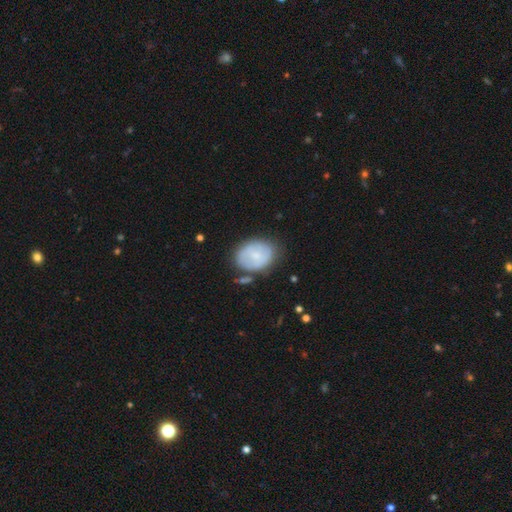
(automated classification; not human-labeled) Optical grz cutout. It shows a smooth galaxy with no disk features (60%) that is in between round and cigar-shaped (64%). Merging: none (64%).